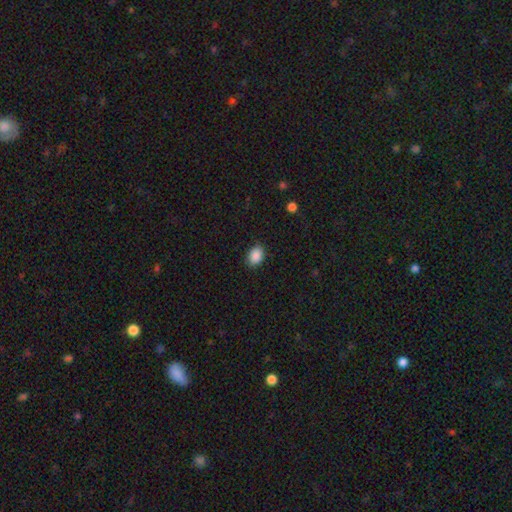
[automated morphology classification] smooth_or_featured: smooth (p=0.89) [alt: star or artifact p=0.08]
how_rounded: in between (p=0.76) [alt: round p=0.23]
merging: none (p=0.86) [alt: minor disturbance p=0.10]